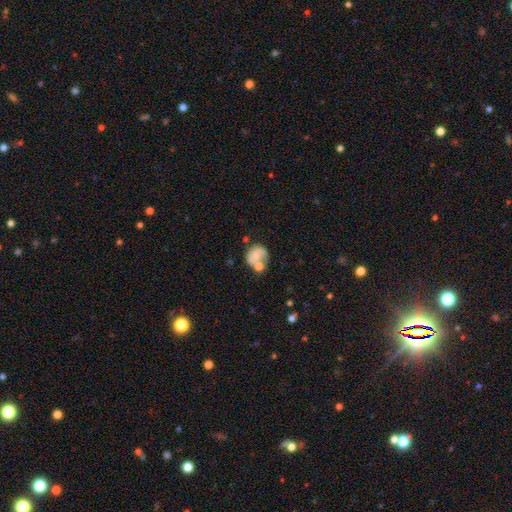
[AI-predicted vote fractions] A featured or disk galaxy (48%). Merging: none (37%).